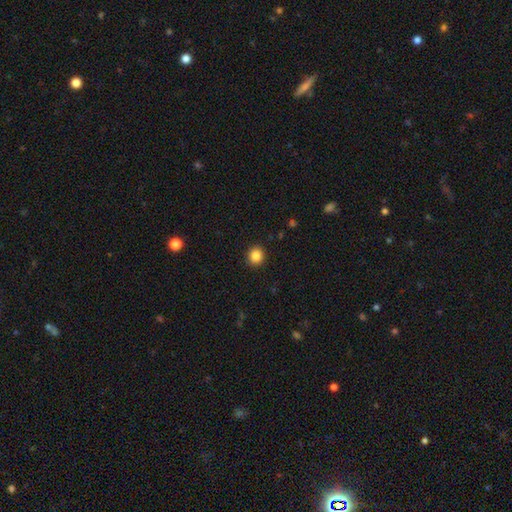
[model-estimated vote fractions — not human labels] This appears to be a smooth galaxy with no disk features (85%) that is round (89%). Merging: none (92%).